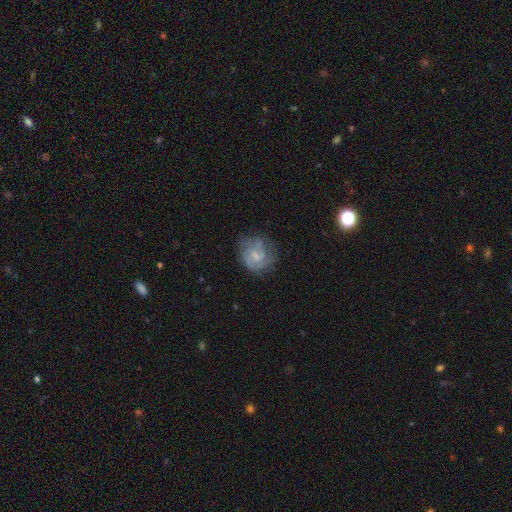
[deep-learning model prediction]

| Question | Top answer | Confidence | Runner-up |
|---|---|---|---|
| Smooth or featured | featured or disk | 61% | smooth (31%) |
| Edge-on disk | no | 98% | yes (2%) |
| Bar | weak | 47% | no (45%) |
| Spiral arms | yes | 79% | no (21%) |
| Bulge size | small | 51% | moderate (25%) |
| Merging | none | 60% | minor disturbance (23%) |